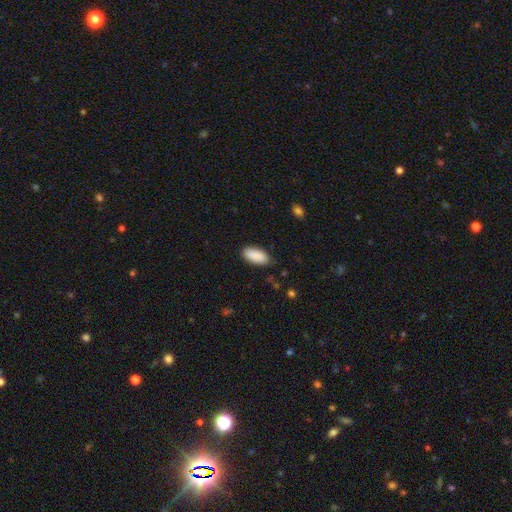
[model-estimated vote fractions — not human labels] smooth_or_featured: smooth (p=0.90) [alt: star or artifact p=0.06]
how_rounded: in between (p=0.89) [alt: cigar-shaped p=0.09]
merging: none (p=0.84) [alt: minor disturbance p=0.12]